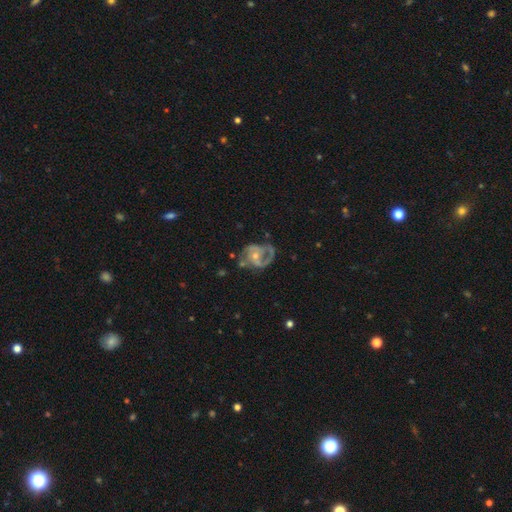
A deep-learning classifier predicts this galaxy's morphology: Smooth or featured? featured or disk (82%)
Edge-on disk? no (98%)
Bar? no (63%)
Spiral arms? yes (86%)
Spiral winding? medium (48%)
Spiral arm count? 2 (62%)
Bulge size? small (51%)
Merging? none (45%)